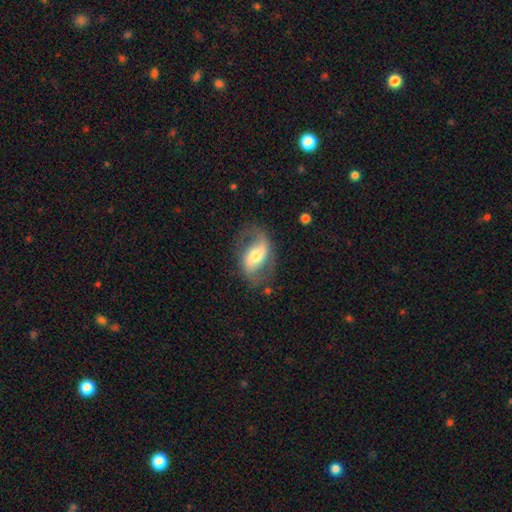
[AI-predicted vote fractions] A featured or disk galaxy (75%) with a weak bar (38%), 2 (84%) loose (56%) spiral arms (88%) and a moderate central bulge (57%). Merging: none (68%).